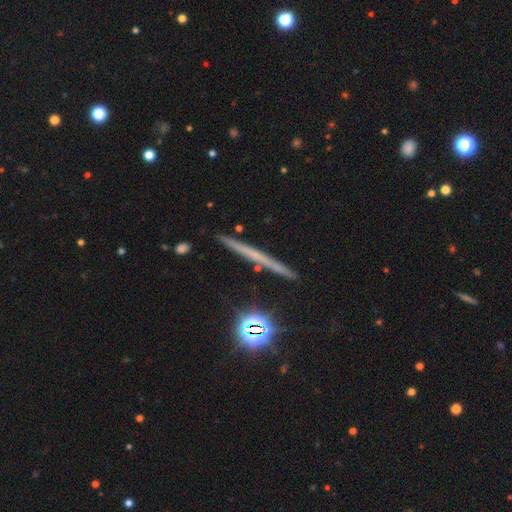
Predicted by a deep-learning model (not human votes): Smooth or featured?
  - featured or disk: 55% *
  - smooth: 33%
  - star or artifact: 12%
Edge-on disk?
  - yes: 97% *
  - no: 3%
Edge-on bulge?
  - none: 88% *
  - rounded: 9%
  - boxy: 4%
Merging?
  - none: 90% *
  - minor disturbance: 7%
  - merger: 2%
  - major disturbance: 2%